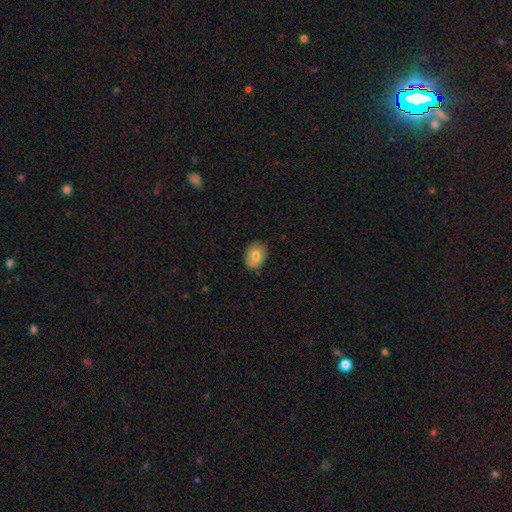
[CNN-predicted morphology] A smooth galaxy with no disk features (74%) that is in between round and cigar-shaped (67%). Merging: none (81%).